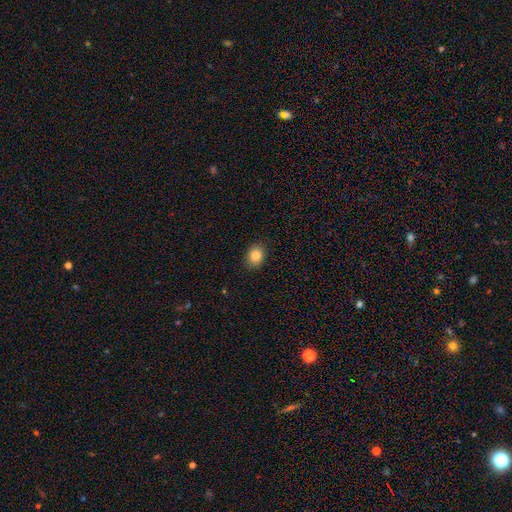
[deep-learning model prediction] The model was most divided on "how rounded": in between: 59%, round: 40%, cigar-shaped: 1%. More confident: merging — none (89%); smooth or featured — smooth (85%).